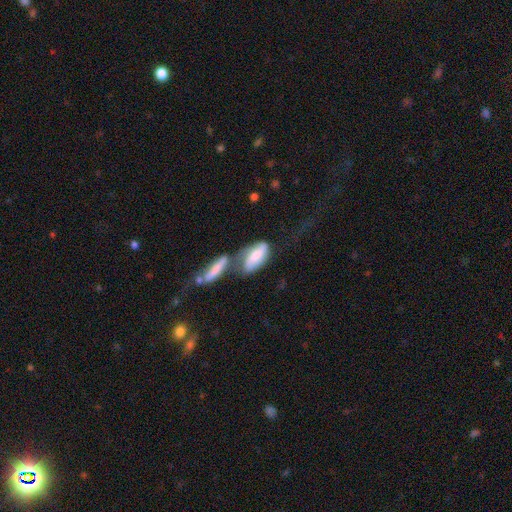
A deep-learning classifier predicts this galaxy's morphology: This appears to be a smooth galaxy with no disk features (60%) that is in between round and cigar-shaped (81%). Merging: merger (53%).